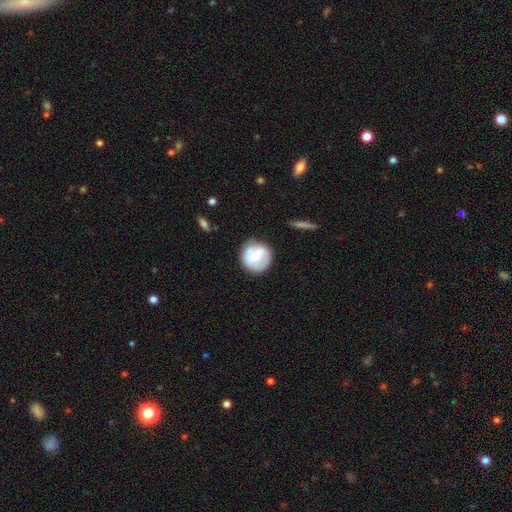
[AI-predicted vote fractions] A featured or disk galaxy (48%). Merging: none (68%).